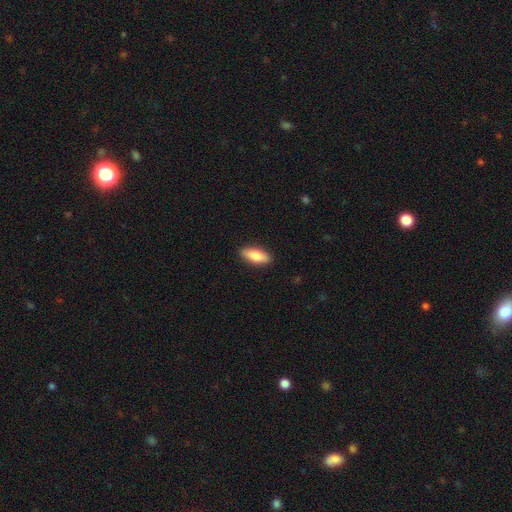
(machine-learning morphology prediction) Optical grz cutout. It shows a smooth galaxy with no disk features (81%) that is in between round and cigar-shaped (76%). Merging: none (89%).